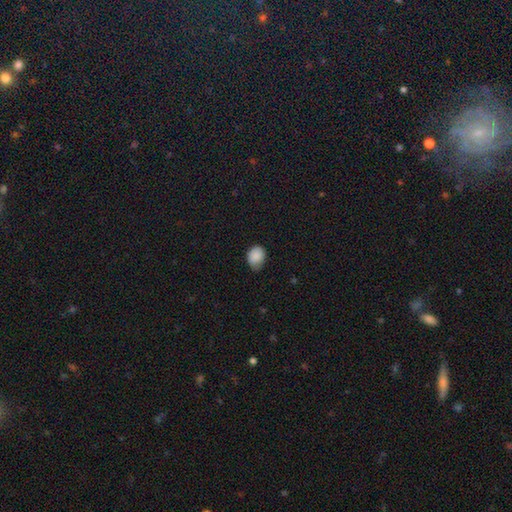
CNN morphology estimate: Smooth or featured? smooth (87%)
How rounded? in between (54%)
Merging? none (59%)